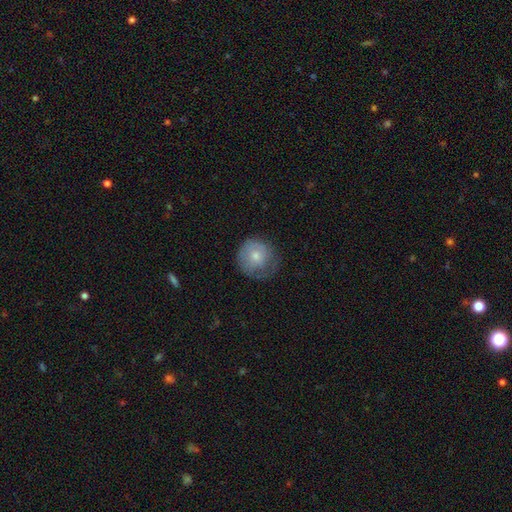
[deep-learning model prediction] smooth-or-featured: smooth: 71% | featured or disk: 22% | star or artifact: 7%
  how-rounded: round: 90% | in between: 9% | cigar-shaped: 1%
  merging: none: 56% | minor disturbance: 29% | major disturbance: 14% | merger: 1%